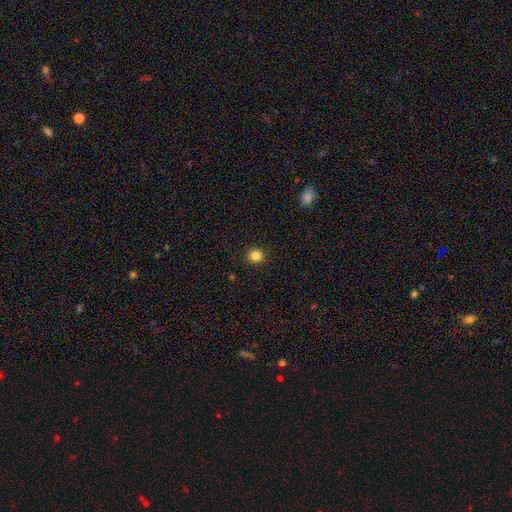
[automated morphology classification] smooth 84%, star or artifact 11%, featured or disk 4%. Down the decision tree: how rounded — round (88%); merging — none (91%).